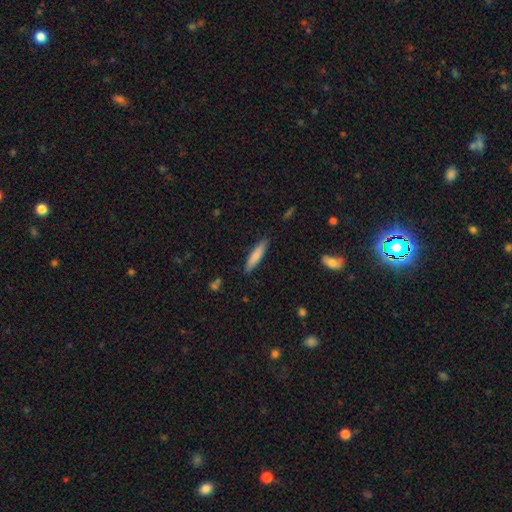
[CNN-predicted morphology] smooth_or_featured: smooth (p=0.81) [alt: featured or disk p=0.13]
how_rounded: cigar-shaped (p=0.81) [alt: in between p=0.18]
merging: none (p=0.87) [alt: minor disturbance p=0.10]